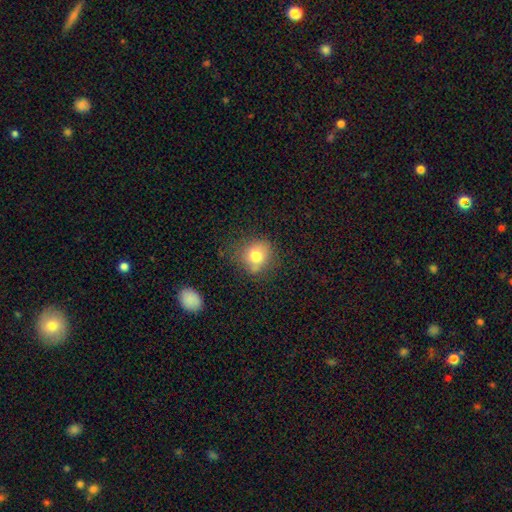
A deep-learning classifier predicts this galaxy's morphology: smooth_or_featured: smooth (p=0.78) [alt: featured or disk p=0.12]
how_rounded: round (p=0.77) [alt: in between p=0.22]
merging: none (p=0.68) [alt: minor disturbance p=0.21]